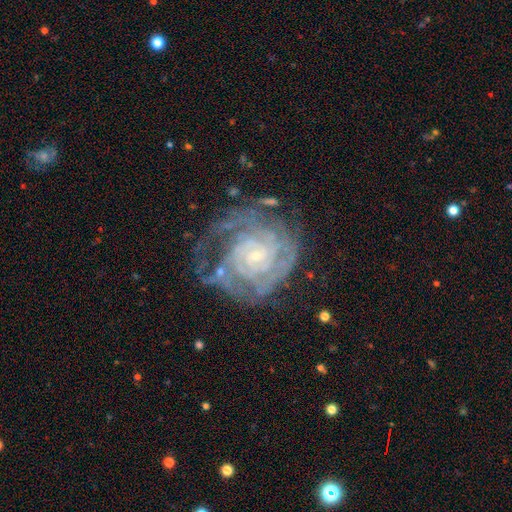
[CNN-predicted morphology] This appears to be a featured or disk galaxy (87%) with no bar (71%), tight (76%) spiral arms (96%) and a small central bulge (81%). Merging: none (58%).